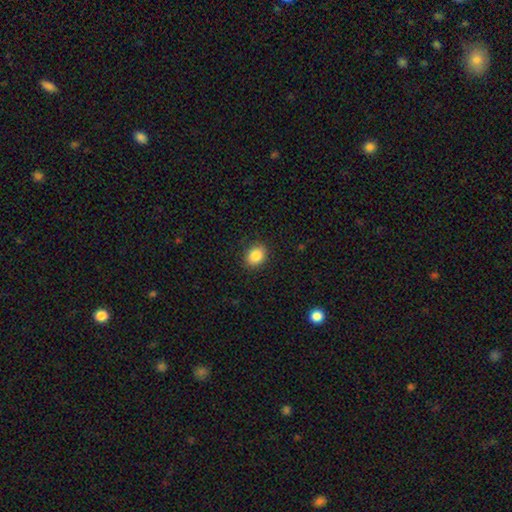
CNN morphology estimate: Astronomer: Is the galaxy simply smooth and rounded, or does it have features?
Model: smooth — 86%.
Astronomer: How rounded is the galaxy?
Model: in between — 52% (runner-up: round, 47%).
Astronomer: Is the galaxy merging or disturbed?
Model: none — 89%.